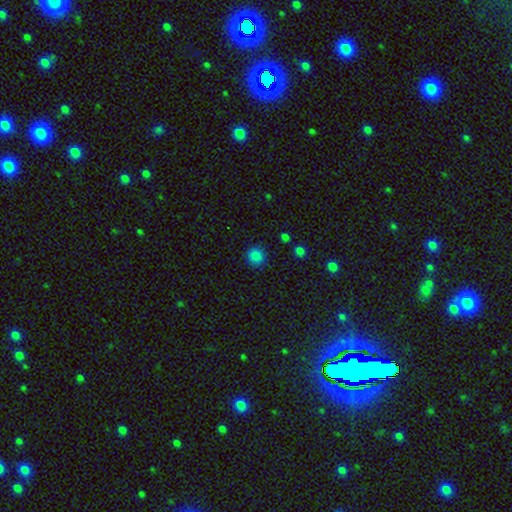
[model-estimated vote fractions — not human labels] Q: Smooth or featured?
A: smooth (85%); runner-up: star or artifact (11%)
Q: How rounded?
A: round (93%); runner-up: in between (6%)
Q: Merging?
A: none (90%); runner-up: minor disturbance (6%)